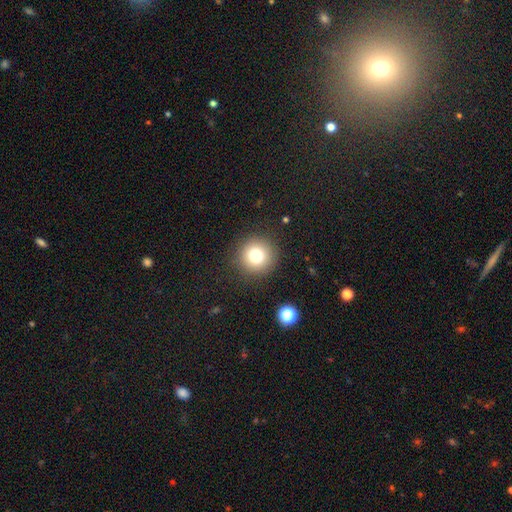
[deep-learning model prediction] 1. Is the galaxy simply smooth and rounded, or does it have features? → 77% smooth, 13% star or artifact, 9% featured or disk.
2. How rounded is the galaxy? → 95% round, 4% in between, 1% cigar-shaped.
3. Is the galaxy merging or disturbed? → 90% none, 6% minor disturbance, 3% major disturbance, 1% merger.